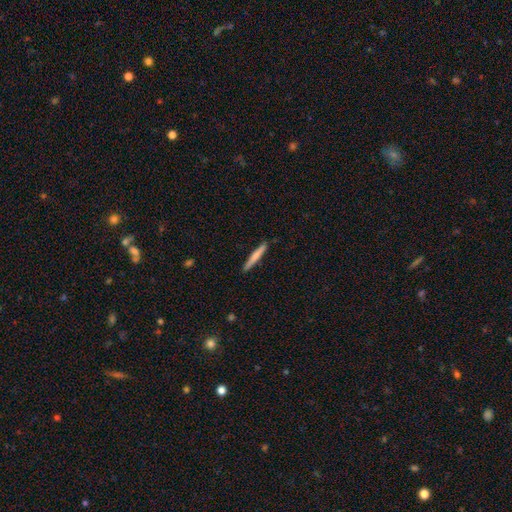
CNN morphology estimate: Q: Smooth or featured?
A: smooth (68%); runner-up: featured or disk (27%)
Q: How rounded?
A: cigar-shaped (96%); runner-up: in between (3%)
Q: Merging?
A: none (90%); runner-up: minor disturbance (7%)